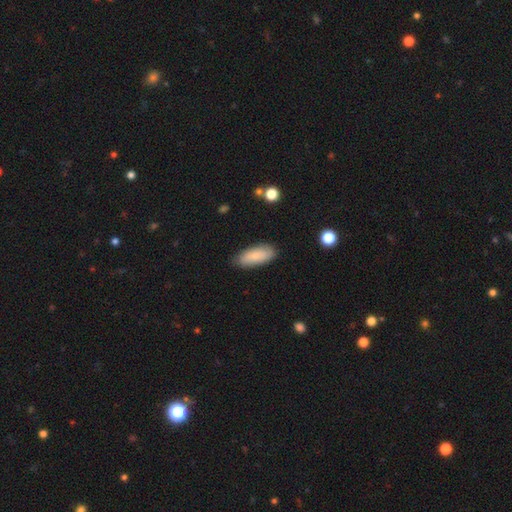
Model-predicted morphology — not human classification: smooth_or_featured: smooth (p=0.80) [alt: featured or disk p=0.14]
how_rounded: in between (p=0.80) [alt: cigar-shaped p=0.18]
merging: none (p=0.81) [alt: minor disturbance p=0.15]